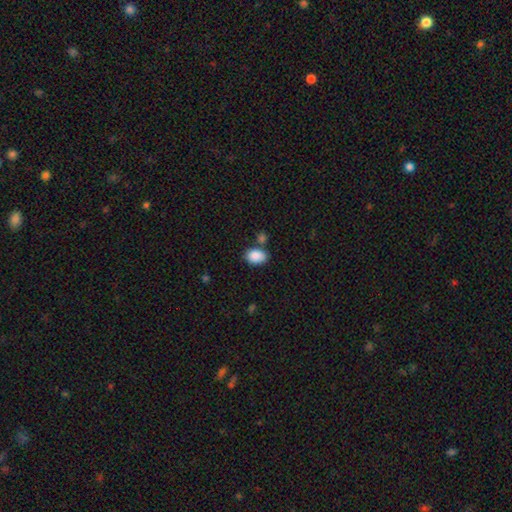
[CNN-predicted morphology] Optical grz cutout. It shows a smooth galaxy with no disk features (88%) that is in between round and cigar-shaped (83%). Merging: none (69%).